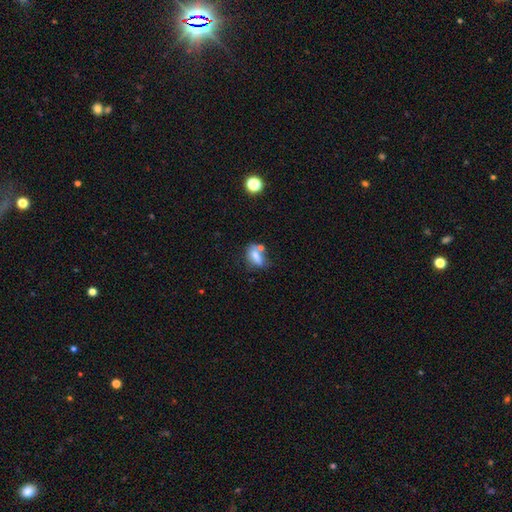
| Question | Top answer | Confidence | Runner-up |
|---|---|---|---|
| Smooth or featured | smooth | 76% | featured or disk (21%) |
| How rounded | in between | 66% | cigar-shaped (21%) |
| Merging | none | 46% | minor disturbance (24%) |